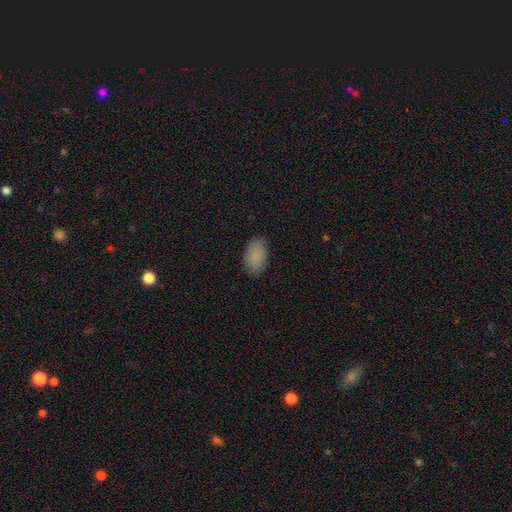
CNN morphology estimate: This appears to be a smooth galaxy with no disk features (88%) that is in between round and cigar-shaped (93%). Merging: none (85%).